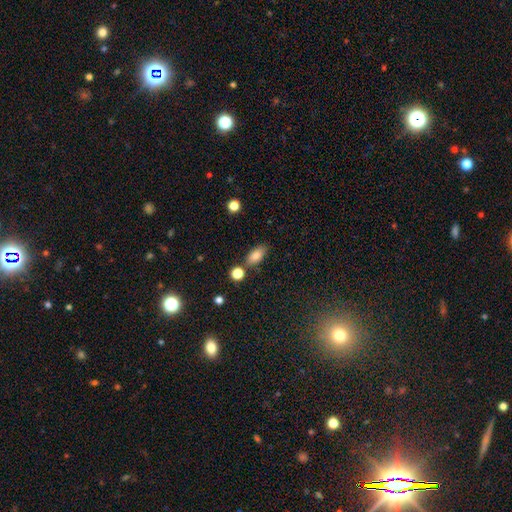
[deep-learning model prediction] smooth 82%, star or artifact 9%, featured or disk 9%. Down the decision tree: how rounded — in between (86%); merging — none (74%).